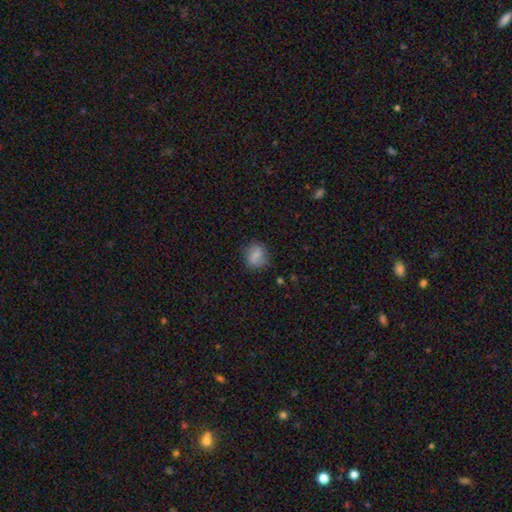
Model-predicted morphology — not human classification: Q: Smooth or featured?
A: smooth (68%); runner-up: featured or disk (22%)
Q: How rounded?
A: round (75%); runner-up: in between (24%)
Q: Merging?
A: none (78%); runner-up: minor disturbance (16%)